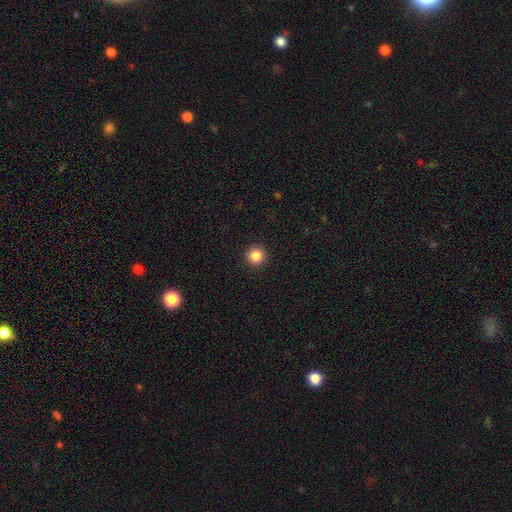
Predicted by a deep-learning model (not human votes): This is clearly a smooth galaxy (86%). How rounded: clearly round (96%). Merging: clearly none (93%).